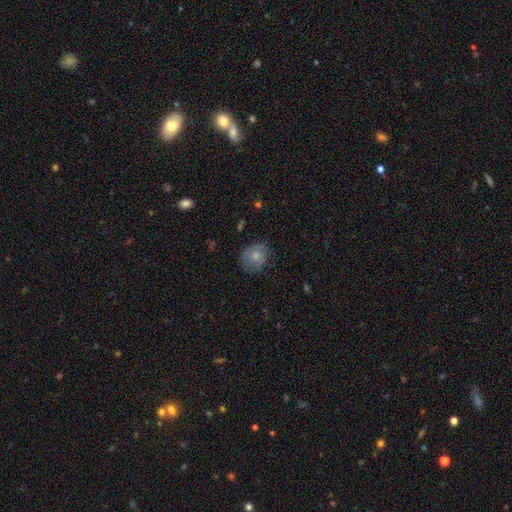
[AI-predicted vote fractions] A smooth galaxy with no disk features (73%) that is round (69%). Merging: none (69%).